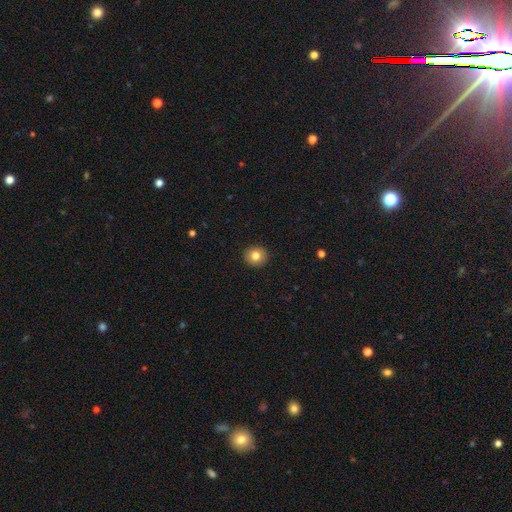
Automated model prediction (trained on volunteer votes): Overall: smooth (81%). How rounded: round (92%). Merging: none (93%).